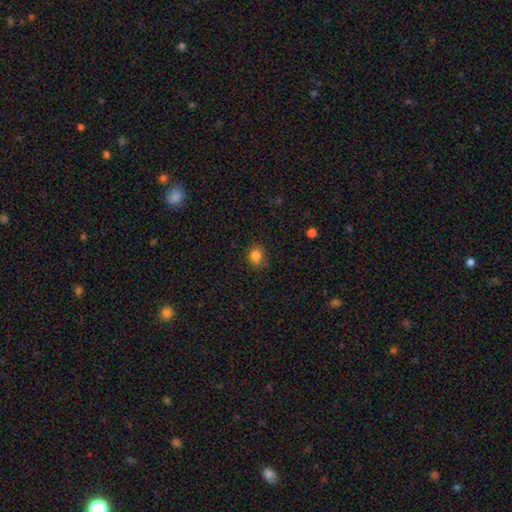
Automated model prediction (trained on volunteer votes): Smooth or featured? smooth (82%)
How rounded? round (72%)
Merging? none (77%)